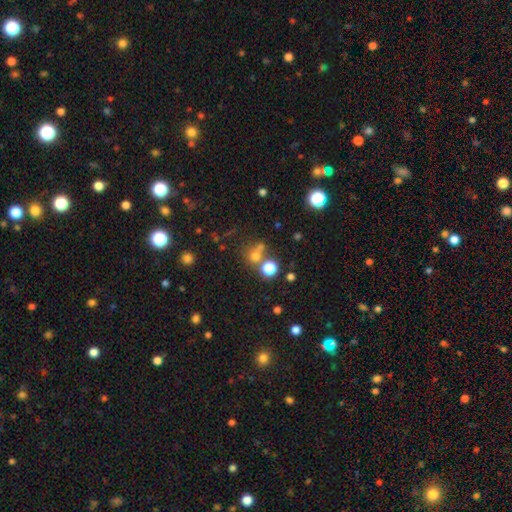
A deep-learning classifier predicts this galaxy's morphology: A smooth galaxy with no disk features (61%) that is round (84%). Merging: none (56%).